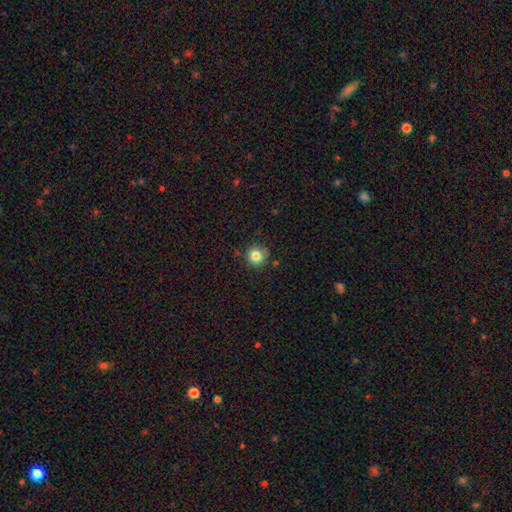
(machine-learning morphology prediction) A smooth galaxy with no disk features (84%) that is round (94%).

Vote fractions:
- Smooth or featured? smooth: 84% / star or artifact: 11% / featured or disk: 5%
- How rounded? round: 94% / in between: 5% / cigar-shaped: 1%
- Merging? none: 86% / minor disturbance: 10% / major disturbance: 2% / merger: 2%